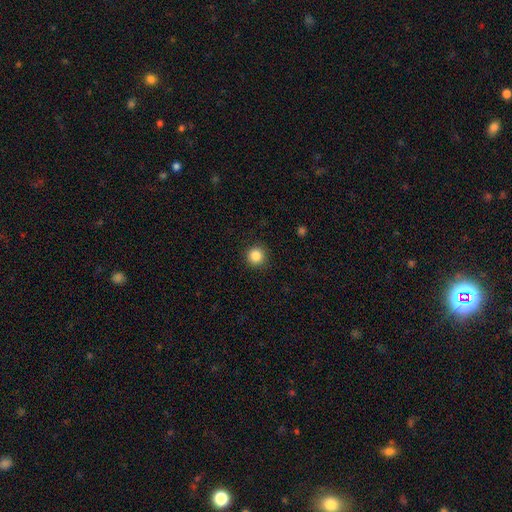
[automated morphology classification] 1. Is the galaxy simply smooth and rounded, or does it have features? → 86% smooth, 10% star or artifact, 4% featured or disk.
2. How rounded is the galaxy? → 95% round, 4% in between, 1% cigar-shaped.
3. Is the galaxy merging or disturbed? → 92% none, 5% minor disturbance, 2% major disturbance, 1% merger.